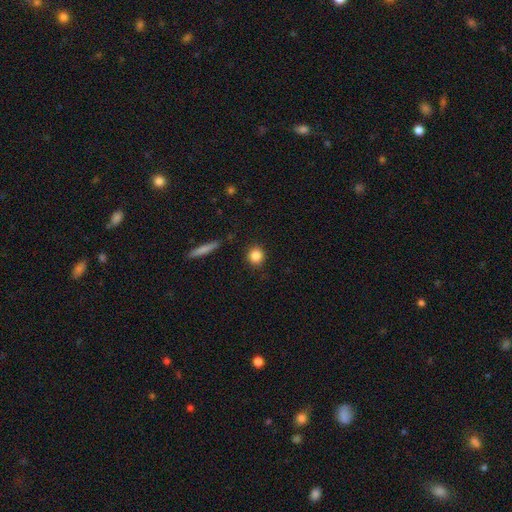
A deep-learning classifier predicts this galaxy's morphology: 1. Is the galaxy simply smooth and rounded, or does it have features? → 85% smooth, 9% star or artifact, 6% featured or disk.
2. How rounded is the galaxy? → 86% round, 13% in between, 2% cigar-shaped.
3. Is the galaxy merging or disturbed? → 90% none, 7% minor disturbance, 2% major disturbance, 2% merger.